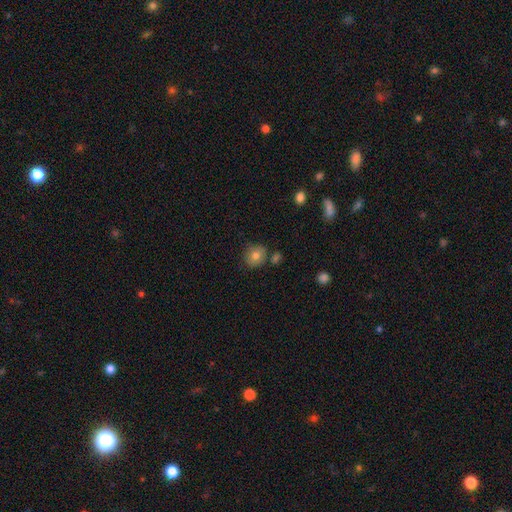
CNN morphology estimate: Smooth or featured? smooth (79%)
How rounded? round (83%)
Merging? none (74%)